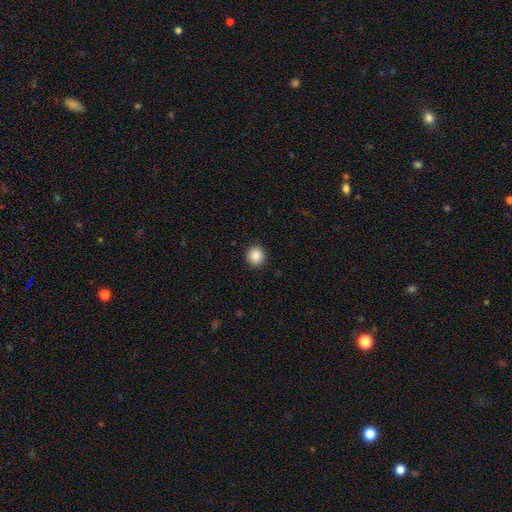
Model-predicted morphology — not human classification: type=smooth (88%); roundness=round (92%); merging=none (92%).